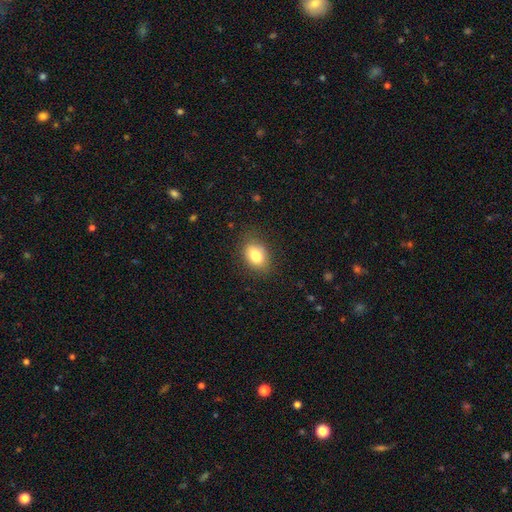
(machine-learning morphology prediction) Overall: smooth (81%). How rounded: in between (76%). Merging: none (82%).